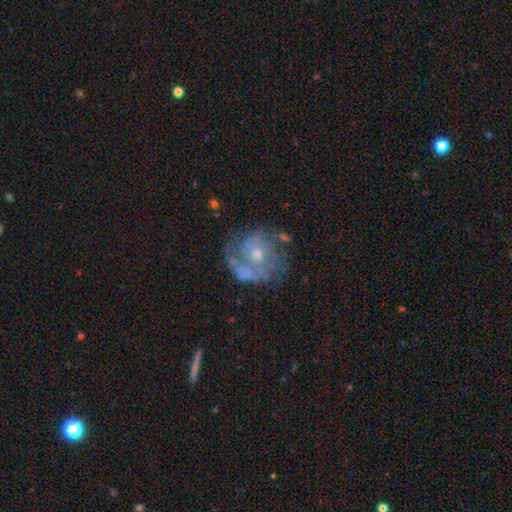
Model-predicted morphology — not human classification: This is likely a featured or disk galaxy (74%). It is clearly not viewed edge-on (98%). Bar: likely no (79%). Spiral arm pattern: likely yes (69%). Central bulge: possibly moderate (57%). Merging: possibly none (58%).